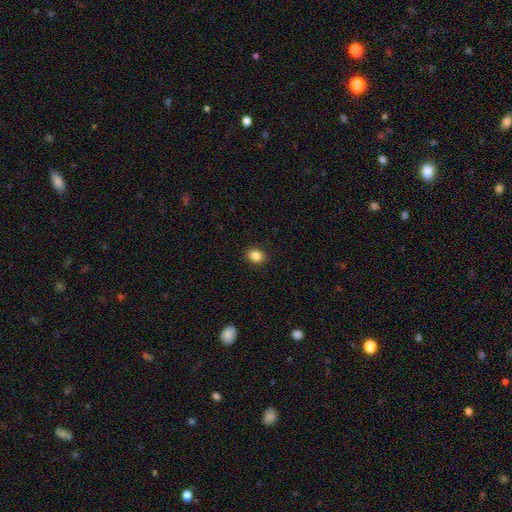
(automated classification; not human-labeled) Morphology: type=smooth (86%); roundness=in between (54%); merging=none (90%).